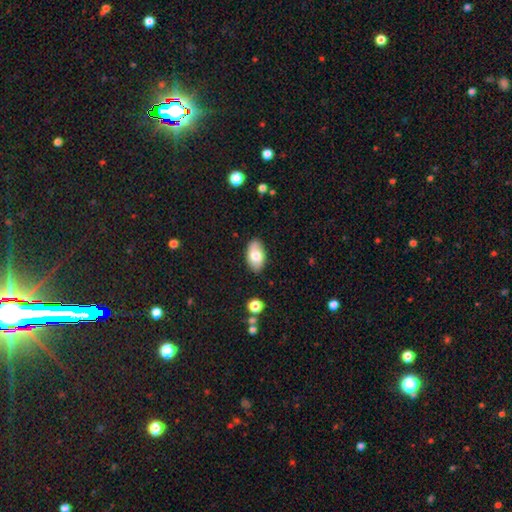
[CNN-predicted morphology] Q: Smooth or featured?
A: smooth (73%); runner-up: featured or disk (20%)
Q: How rounded?
A: in between (94%); runner-up: round (5%)
Q: Merging?
A: none (83%); runner-up: minor disturbance (13%)